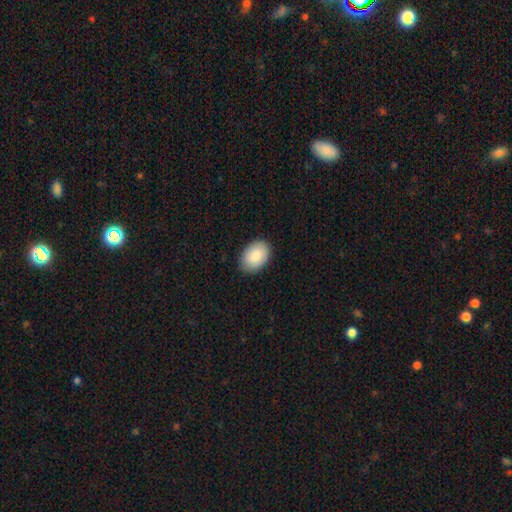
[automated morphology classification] Q: Smooth or featured?
A: smooth (86%); runner-up: featured or disk (7%)
Q: How rounded?
A: in between (84%); runner-up: round (15%)
Q: Merging?
A: none (86%); runner-up: minor disturbance (11%)